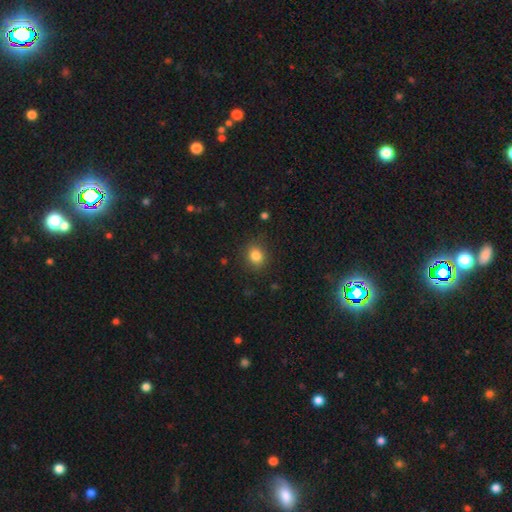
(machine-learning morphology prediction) A smooth galaxy with no disk features (83%) that is round (70%).

Vote fractions:
- Smooth or featured? smooth: 83% / star or artifact: 11% / featured or disk: 6%
- How rounded? round: 70% / in between: 30% / cigar-shaped: 1%
- Merging? none: 86% / minor disturbance: 9% / major disturbance: 3% / merger: 1%